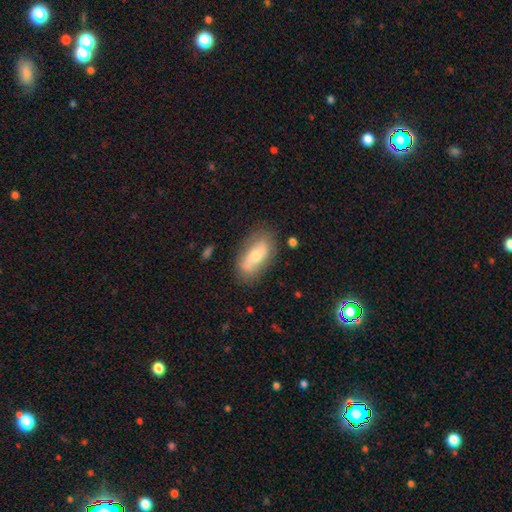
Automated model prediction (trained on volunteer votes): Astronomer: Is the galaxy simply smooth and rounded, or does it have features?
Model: smooth — 54% (runner-up: featured or disk, 38%).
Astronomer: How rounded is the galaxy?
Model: in between — 83%.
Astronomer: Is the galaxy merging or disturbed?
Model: none — 77%.